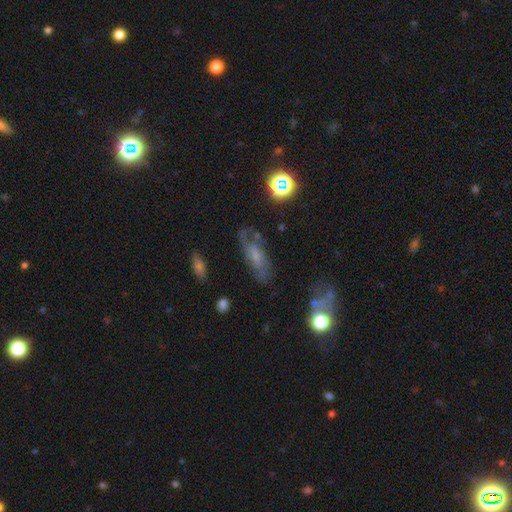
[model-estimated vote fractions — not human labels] The model was most divided on "bar": no: 56%, weak: 35%, strong: 9%. More confident: edge-on disk — no (87%); spiral arms — yes (77%); merging — none (61%); smooth or featured — featured or disk (59%); bulge size — small (55%).